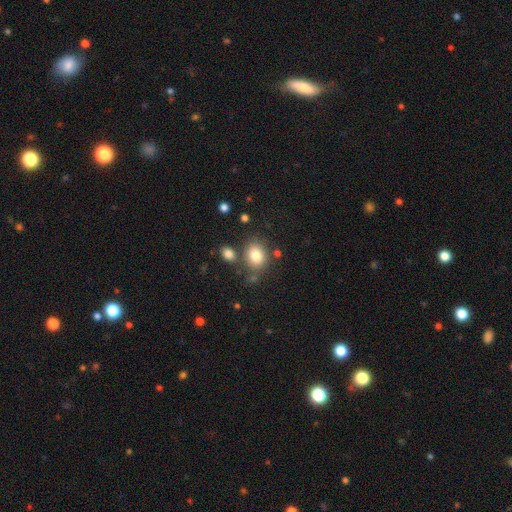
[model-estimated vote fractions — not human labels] A smooth galaxy with no disk features (80%) that is round (51%). Merging: none (70%).